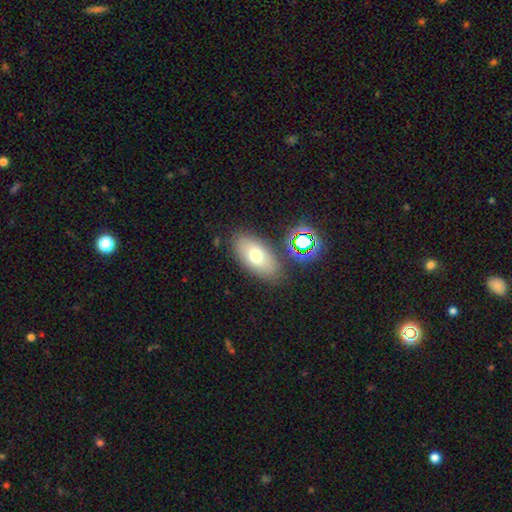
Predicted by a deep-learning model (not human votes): Overall: smooth (69%). How rounded: in between (90%). Merging: none (81%).